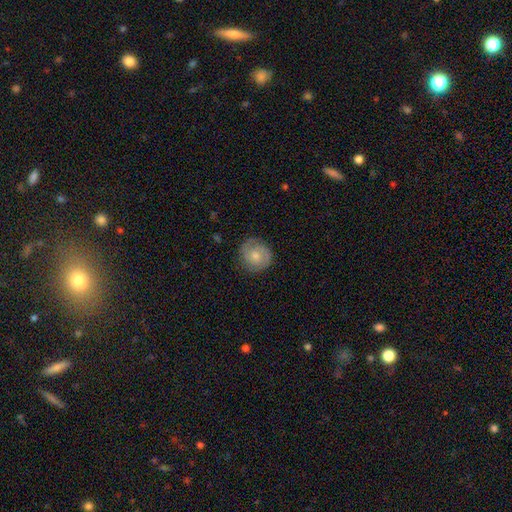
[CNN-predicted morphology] The model was most divided on "smooth or featured": smooth: 51%, featured or disk: 42%, star or artifact: 7%. More confident: how rounded — round (87%); merging — none (79%).